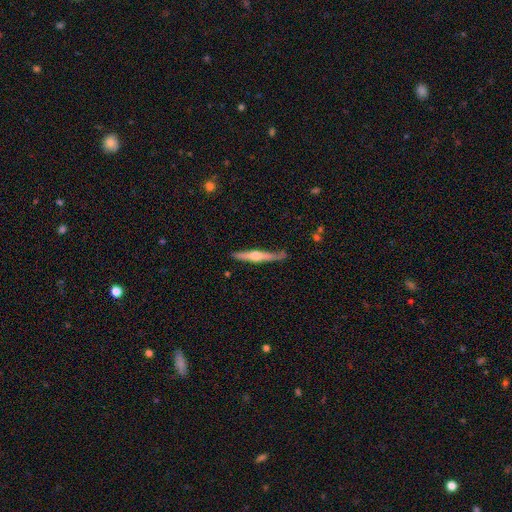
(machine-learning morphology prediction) type=featured or disk (67%); edge-on=yes (97%); edge-on bulge=rounded (92%); merging=none (78%).